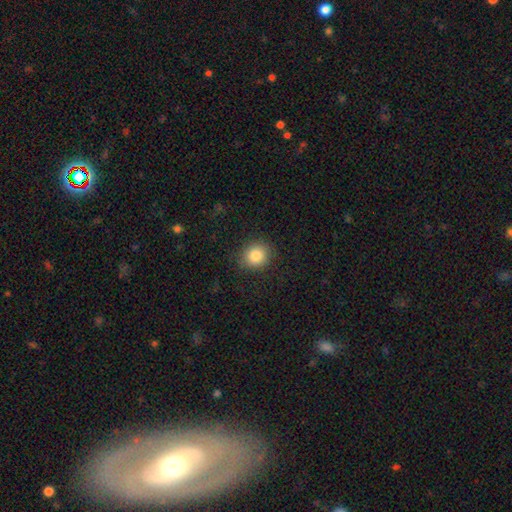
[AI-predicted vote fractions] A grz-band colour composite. It shows a smooth galaxy with no disk features (84%) that is round (76%). Merging: none (87%).